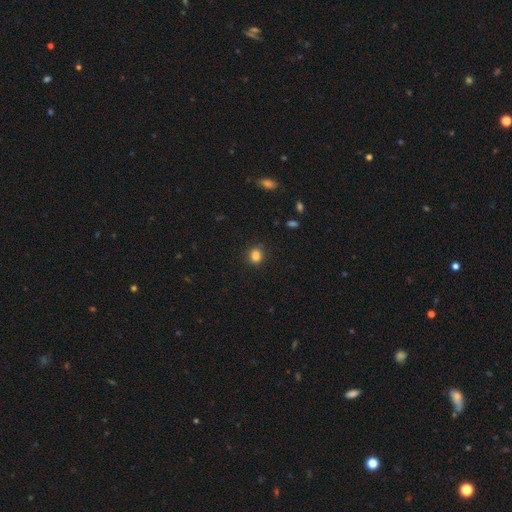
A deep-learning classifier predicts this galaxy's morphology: Smooth or featured: smooth — 84% (star or artifact — 11%)
How rounded: round — 63% (in between — 35%)
Merging: none — 85% (minor disturbance — 11%)